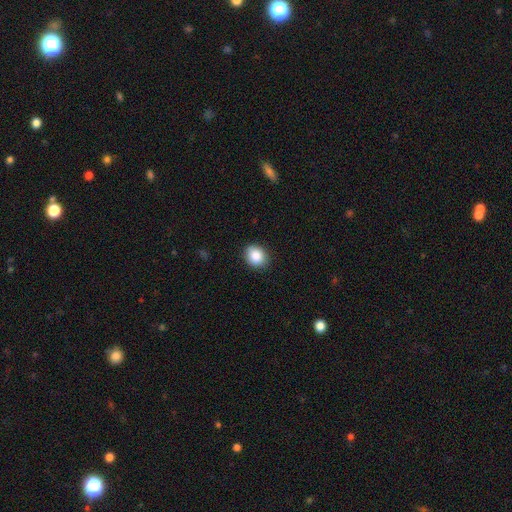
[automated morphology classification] This appears to be a smooth galaxy with no disk features (87%) that is round (61%). Merging: none (88%).